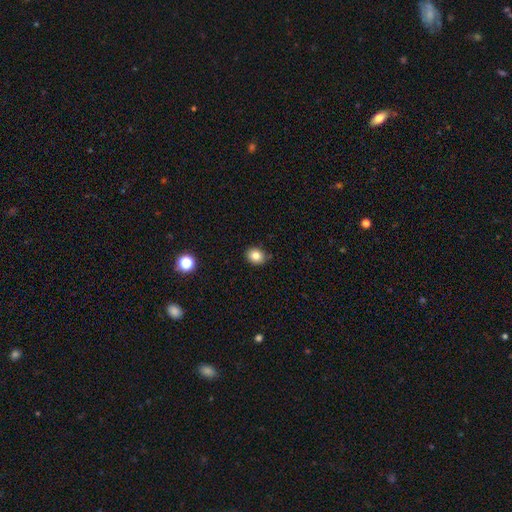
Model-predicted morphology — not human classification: A smooth galaxy with no disk features (82%) that is round (64%).

Vote fractions:
- Smooth or featured? smooth: 82% / star or artifact: 11% / featured or disk: 7%
- How rounded? round: 64% / in between: 35% / cigar-shaped: 1%
- Merging? none: 84% / minor disturbance: 13% / major disturbance: 2% / merger: 2%